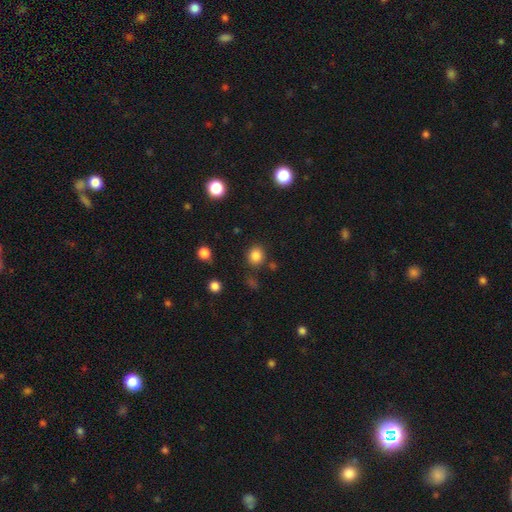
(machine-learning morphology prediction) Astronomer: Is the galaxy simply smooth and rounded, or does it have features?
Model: smooth — 84%.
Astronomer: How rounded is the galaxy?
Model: round — 80%.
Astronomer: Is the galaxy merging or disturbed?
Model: none — 82%.